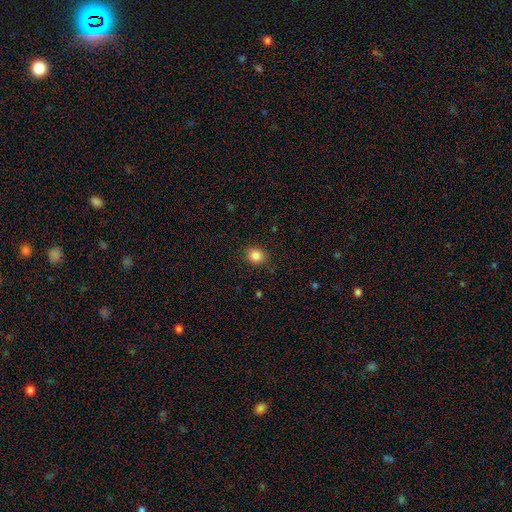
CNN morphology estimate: Smooth or featured?
  - smooth: 85% *
  - star or artifact: 11%
  - featured or disk: 5%
How rounded?
  - round: 80% *
  - in between: 20%
  - cigar-shaped: 1%
Merging?
  - none: 89% *
  - minor disturbance: 8%
  - major disturbance: 2%
  - merger: 1%